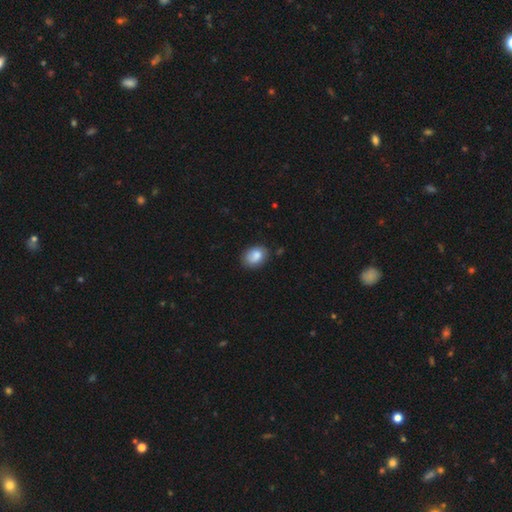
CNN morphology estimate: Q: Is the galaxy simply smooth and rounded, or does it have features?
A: smooth — 85%.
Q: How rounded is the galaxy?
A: in between — 72%.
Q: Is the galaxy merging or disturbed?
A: none — 79%.